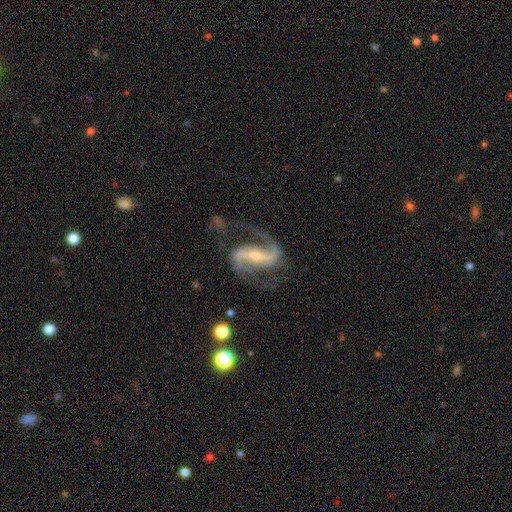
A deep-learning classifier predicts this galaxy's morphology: featured or disk 93%, star or artifact 5%, smooth 3%. Down the decision tree: edge-on disk — no (96%); bar — strong (69%); spiral arms — yes (98%); spiral arm count — 2 (94%); spiral winding — medium (55%); bulge size — small (64%); merging — none (73%).